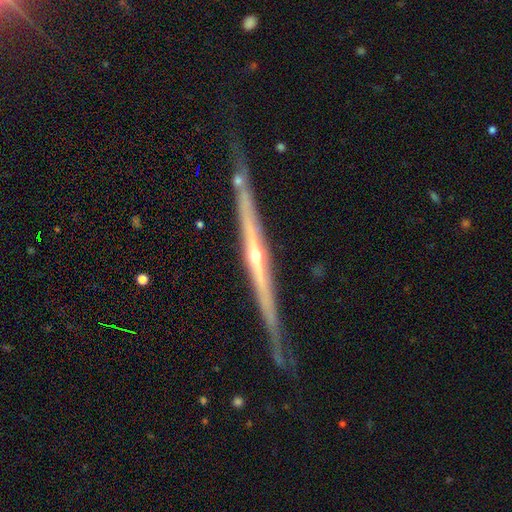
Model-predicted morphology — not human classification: The model was most divided on "edge-on bulge": rounded: 70%, none: 26%, boxy: 4%. More confident: edge-on disk — yes (97%); smooth or featured — featured or disk (86%); merging — none (77%).